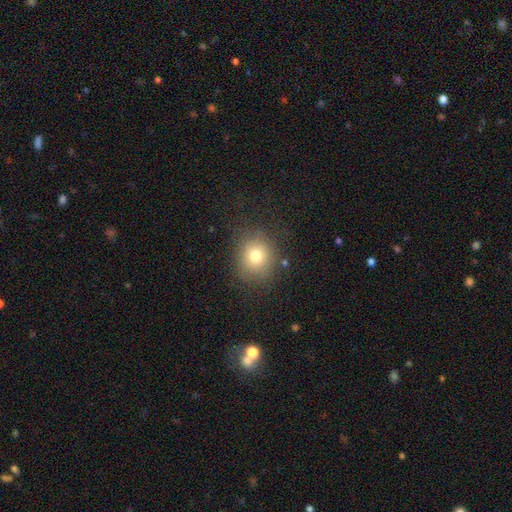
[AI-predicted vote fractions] smooth-or-featured: smooth: 74% | star or artifact: 14% | featured or disk: 12%
  how-rounded: round: 83% | in between: 16% | cigar-shaped: 1%
  merging: none: 81% | minor disturbance: 12% | major disturbance: 5% | merger: 2%